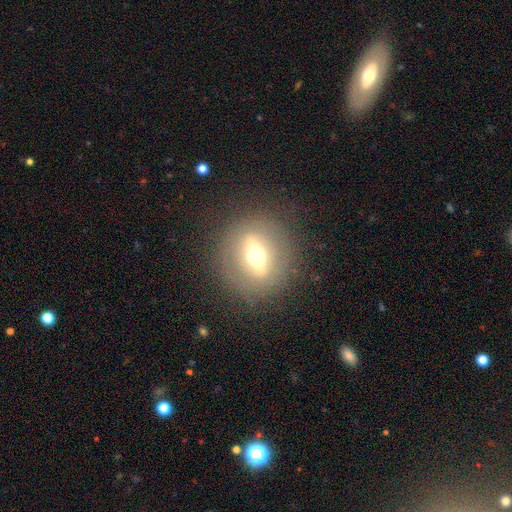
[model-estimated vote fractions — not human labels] Smooth or featured: featured or disk — 64% (smooth — 26%)
Edge-on disk: no — 54% (yes — 46%)
Merging: none — 84% (minor disturbance — 9%)